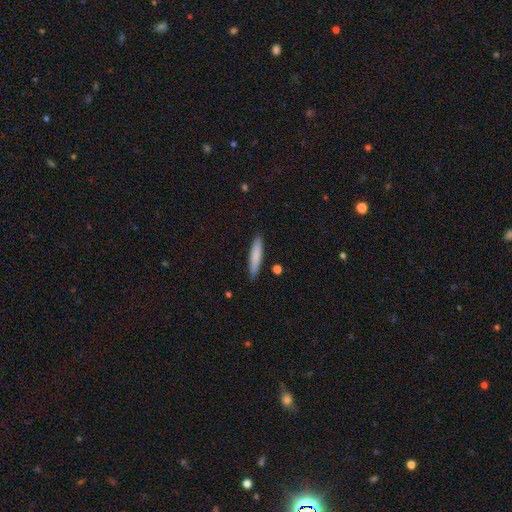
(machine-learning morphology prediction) The model was most divided on "smooth or featured": smooth: 80%, featured or disk: 14%, star or artifact: 6%. More confident: merging — none (88%); how rounded — cigar-shaped (87%).